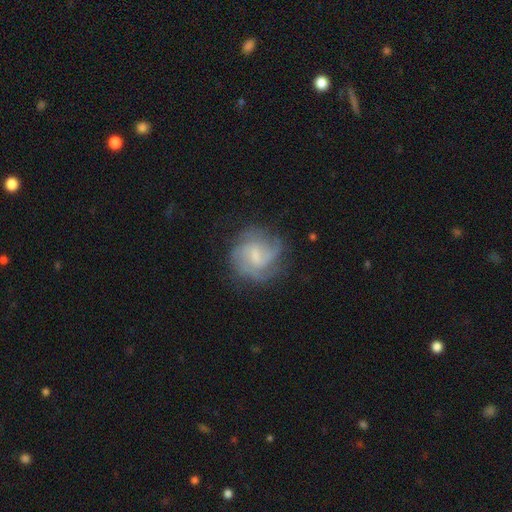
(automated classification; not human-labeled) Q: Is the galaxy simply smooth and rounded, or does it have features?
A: featured or disk — 73%.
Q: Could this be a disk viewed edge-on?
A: no — 98%.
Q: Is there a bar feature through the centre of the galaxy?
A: weak — 57%.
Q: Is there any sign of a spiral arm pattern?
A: yes — 91%.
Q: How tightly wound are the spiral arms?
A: medium — 43%.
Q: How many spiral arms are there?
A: can't tell — 32%.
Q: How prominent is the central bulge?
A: small — 46%.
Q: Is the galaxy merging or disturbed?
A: none — 66%.